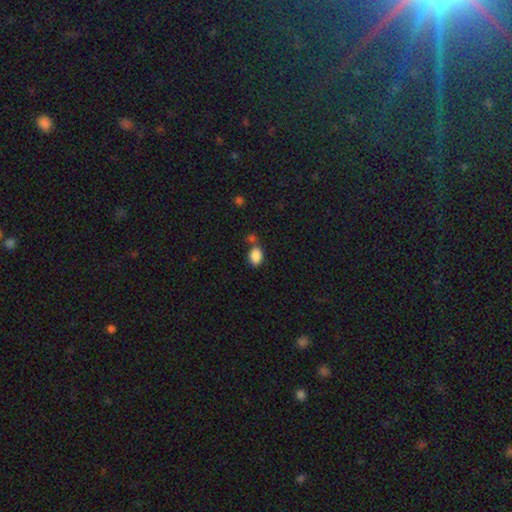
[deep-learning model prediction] smooth-or-featured: smooth: 87% | star or artifact: 9% | featured or disk: 4%
  how-rounded: in between: 84% | round: 15% | cigar-shaped: 1%
  merging: none: 58% | merger: 22% | minor disturbance: 15% | major disturbance: 5%